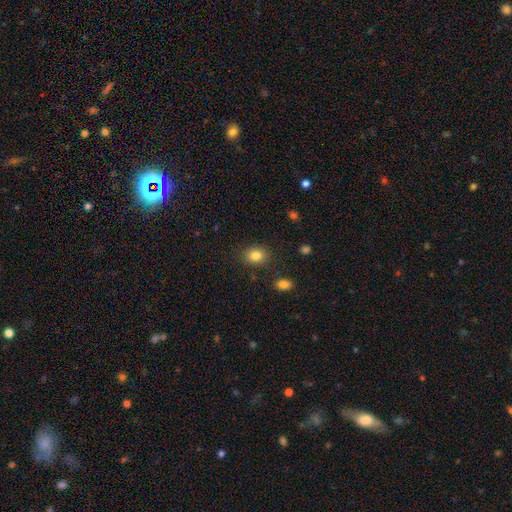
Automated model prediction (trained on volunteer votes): smooth 84%, star or artifact 10%, featured or disk 6%. Down the decision tree: how rounded — in between (58%); merging — none (84%).